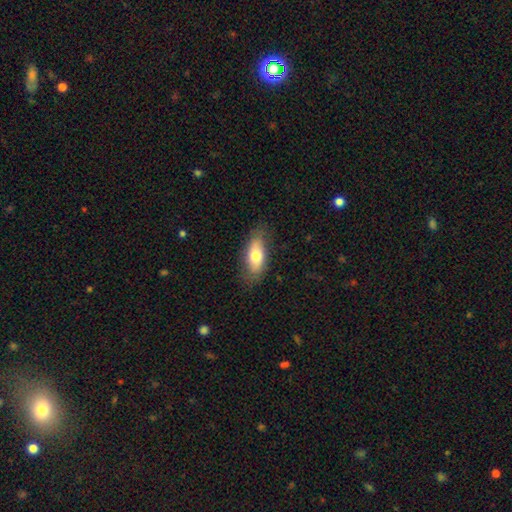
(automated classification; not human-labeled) This appears to be a smooth galaxy with no disk features (72%) that is in between round and cigar-shaped (83%). Merging: none (77%).